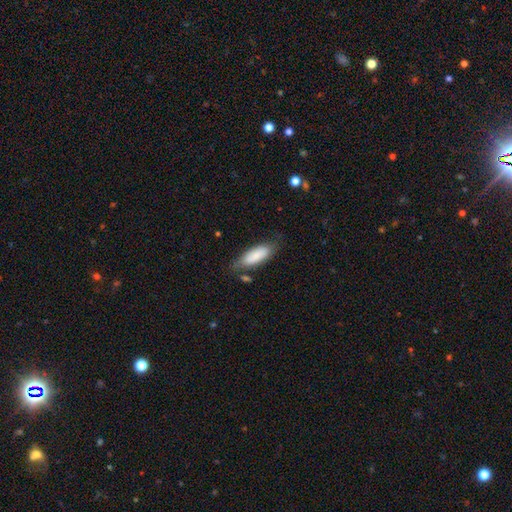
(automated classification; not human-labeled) A smooth galaxy with no disk features (81%) that is in between round and cigar-shaped (72%). Merging: none (67%).